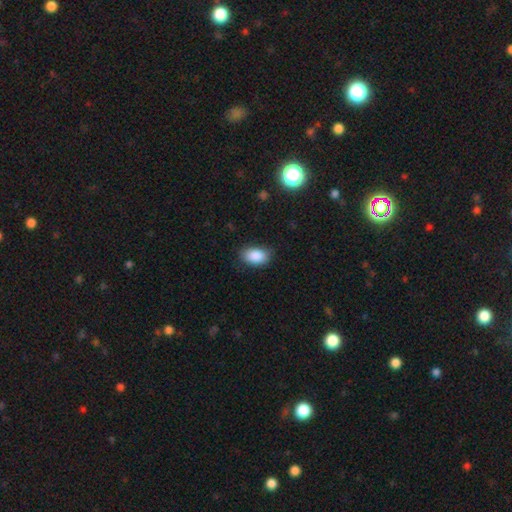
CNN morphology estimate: type=smooth (89%); roundness=in between (91%); merging=none (83%).